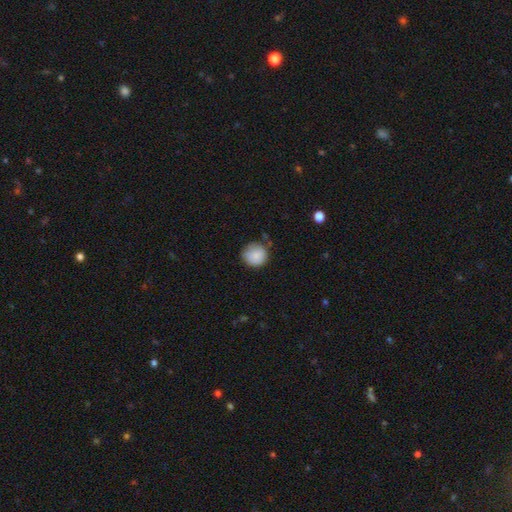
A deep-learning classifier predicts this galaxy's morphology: A smooth galaxy with no disk features (87%) that is round (92%).

Vote fractions:
- Smooth or featured? smooth: 87% / star or artifact: 8% / featured or disk: 6%
- How rounded? round: 92% / in between: 7% / cigar-shaped: 1%
- Merging? none: 72% / minor disturbance: 21% / major disturbance: 4% / merger: 3%